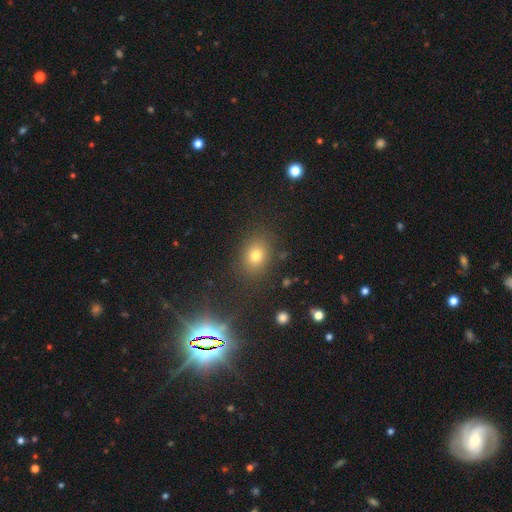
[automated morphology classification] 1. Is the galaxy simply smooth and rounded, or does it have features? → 71% smooth, 19% star or artifact, 10% featured or disk.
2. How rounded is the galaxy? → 54% in between, 44% round, 1% cigar-shaped.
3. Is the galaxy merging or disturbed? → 84% none, 10% minor disturbance, 4% major disturbance, 2% merger.